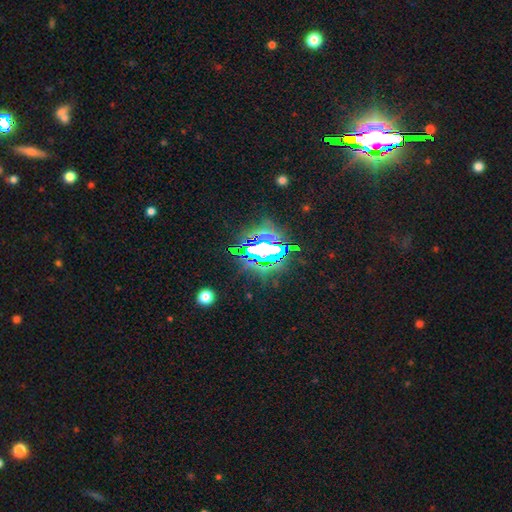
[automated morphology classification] type=star or artifact (76%).